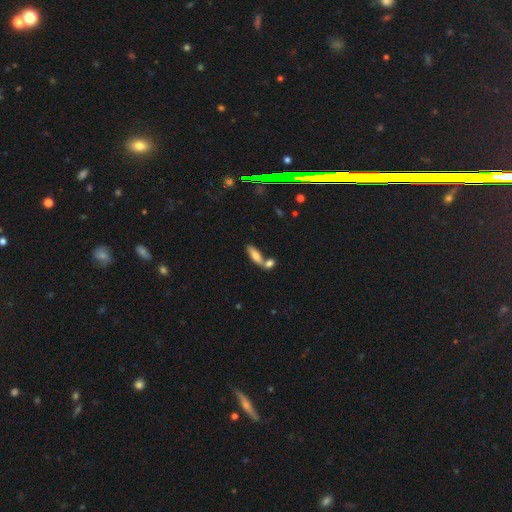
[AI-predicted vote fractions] This is likely a smooth galaxy (67%). How rounded: possibly in between (53%). Merging: possibly none (45%).